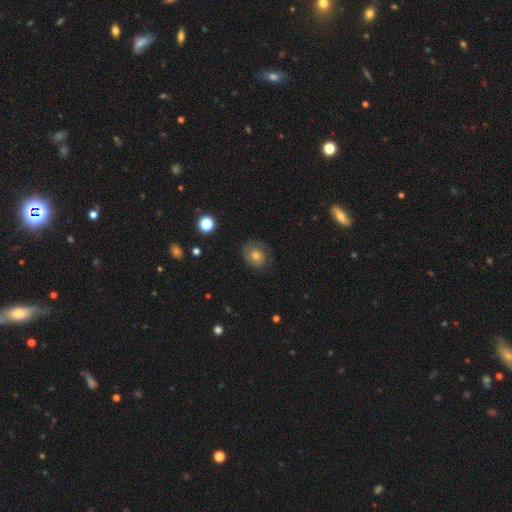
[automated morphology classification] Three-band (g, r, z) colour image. It shows a smooth galaxy with no disk features (44%). Merging: none (77%).